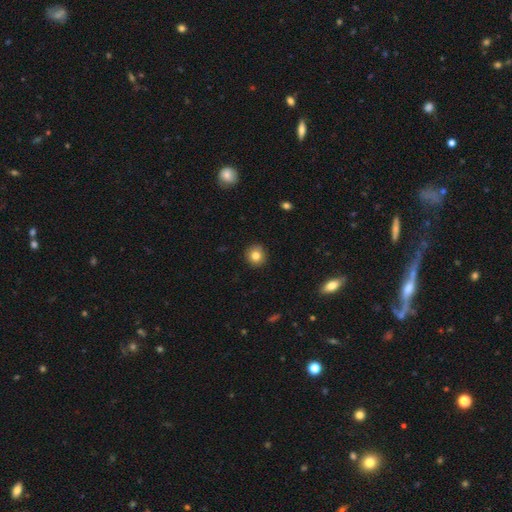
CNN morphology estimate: type=smooth (82%); roundness=round (90%); merging=none (90%).